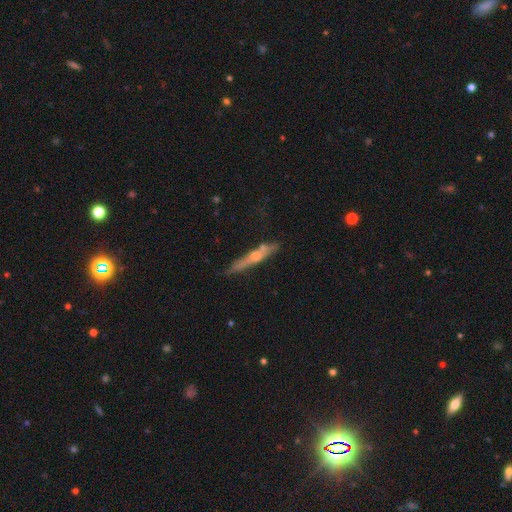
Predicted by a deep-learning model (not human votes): This appears to be a featured or disk galaxy (55%) viewed edge-on (88%). Merging: none (68%).